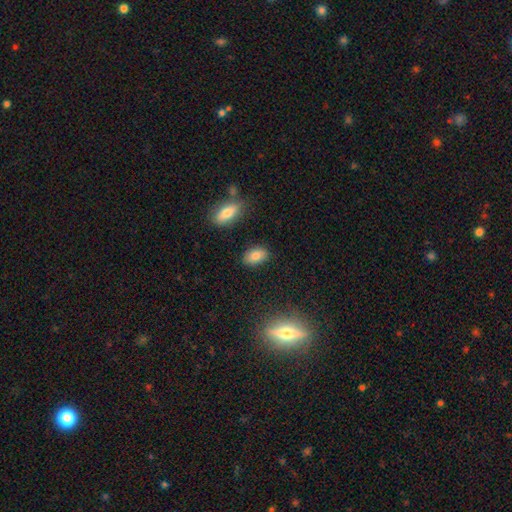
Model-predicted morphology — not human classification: type=smooth (83%); roundness=in between (90%); merging=none (84%).